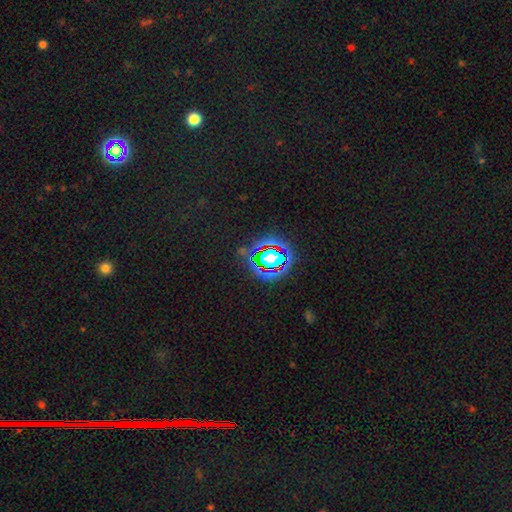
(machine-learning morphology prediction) A star or artifact, not a galaxy (79%).